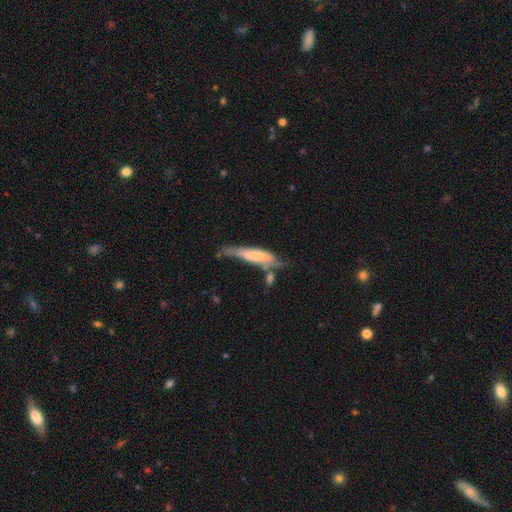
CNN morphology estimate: This is possibly a smooth galaxy (54%). How rounded: clearly cigar-shaped (81%). Merging: marginally none (33%).